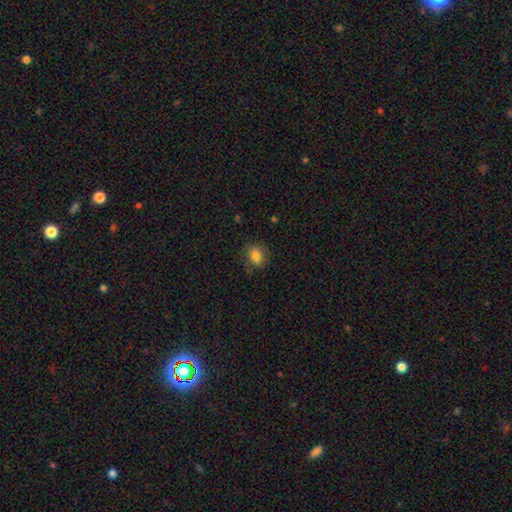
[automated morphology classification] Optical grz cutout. It shows a smooth galaxy with no disk features (79%) that is round (50%). Merging: none (76%).